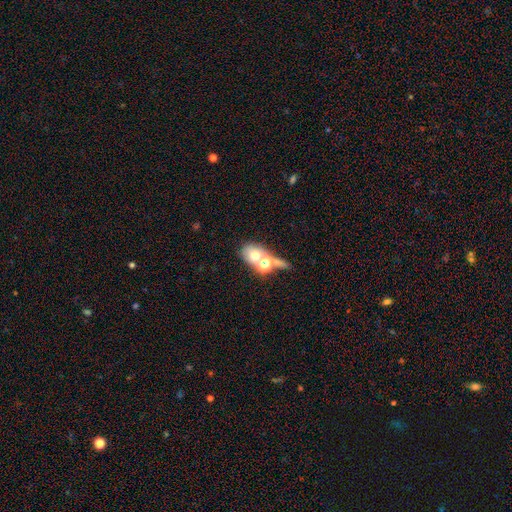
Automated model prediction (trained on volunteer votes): This is possibly a smooth galaxy (54%). How rounded: possibly in between (55%). Merging: possibly merger (47%).